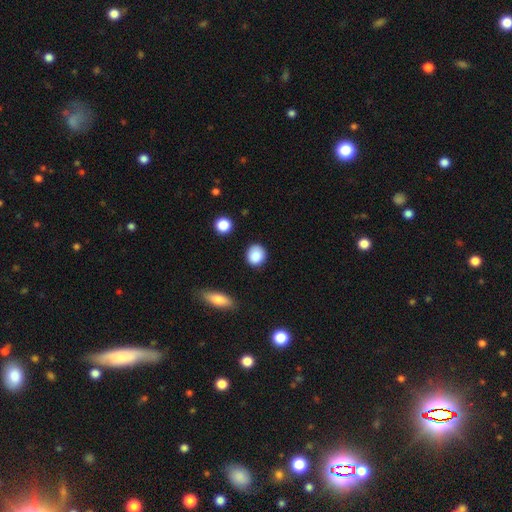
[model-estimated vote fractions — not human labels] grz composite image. It shows a smooth galaxy with no disk features (88%) that is round (77%). Merging: none (84%).